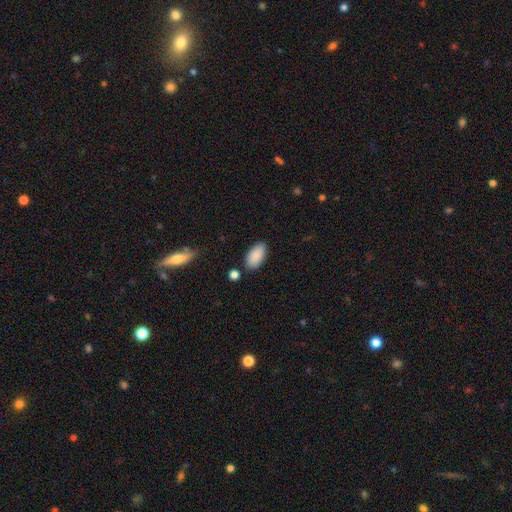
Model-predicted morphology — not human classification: Q: Smooth or featured?
A: smooth (89%); runner-up: star or artifact (7%)
Q: How rounded?
A: in between (94%); runner-up: cigar-shaped (3%)
Q: Merging?
A: none (82%); runner-up: minor disturbance (12%)